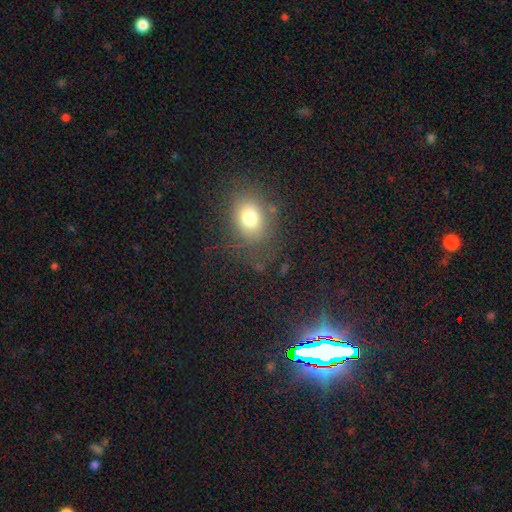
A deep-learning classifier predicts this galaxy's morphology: Overall: smooth (55%; star or artifact 35%). How rounded: in between (59%; round 39%). Merging: none (86%).